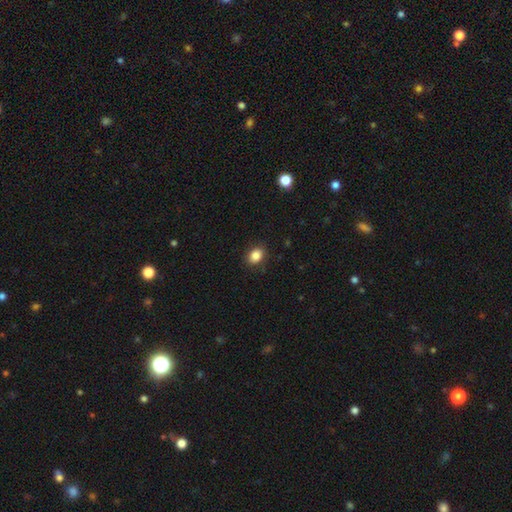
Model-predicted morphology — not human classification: smooth 86%, star or artifact 9%, featured or disk 5%. Down the decision tree: how rounded — in between (63%); merging — none (88%).